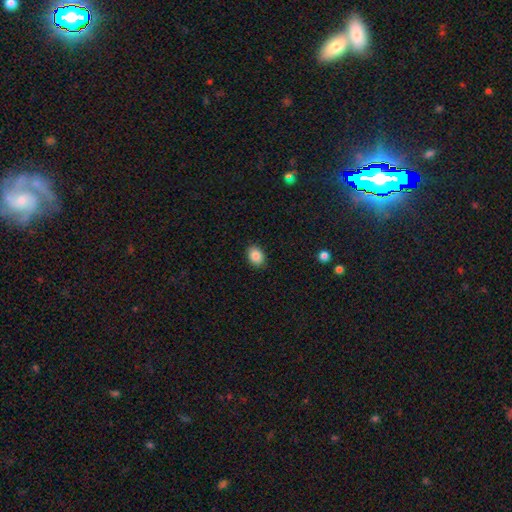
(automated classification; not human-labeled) Overall: smooth (86%). How rounded: in between (69%; round 30%). Merging: none (89%).